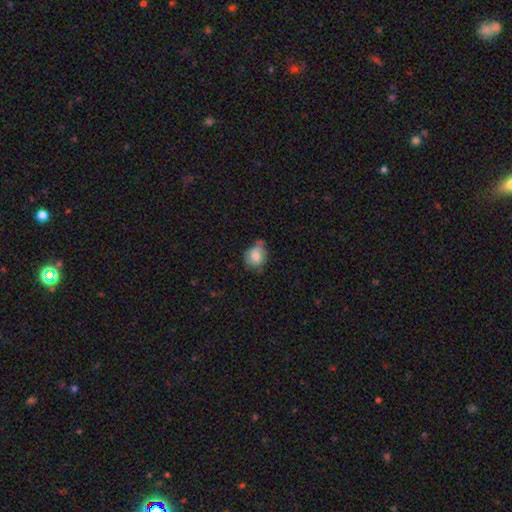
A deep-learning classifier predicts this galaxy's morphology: Overall: smooth (75%). How rounded: round (70%). Merging: none (51%; minor disturbance 33%).